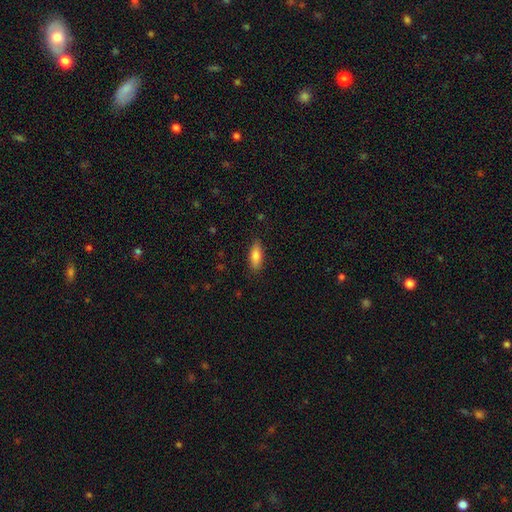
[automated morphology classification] Smooth or featured? Predicted: smooth (p=0.81). How rounded? Predicted: in between (p=0.68). Merging? Predicted: none (p=0.86).